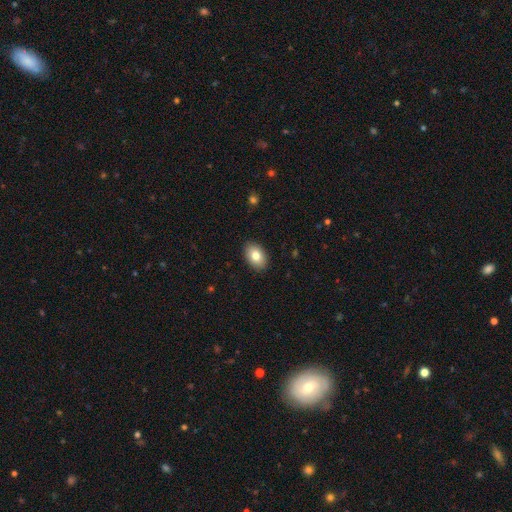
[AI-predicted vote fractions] smooth_or_featured: smooth (p=0.81) [alt: featured or disk p=0.12]
how_rounded: in between (p=0.86) [alt: round p=0.13]
merging: none (p=0.89) [alt: minor disturbance p=0.08]